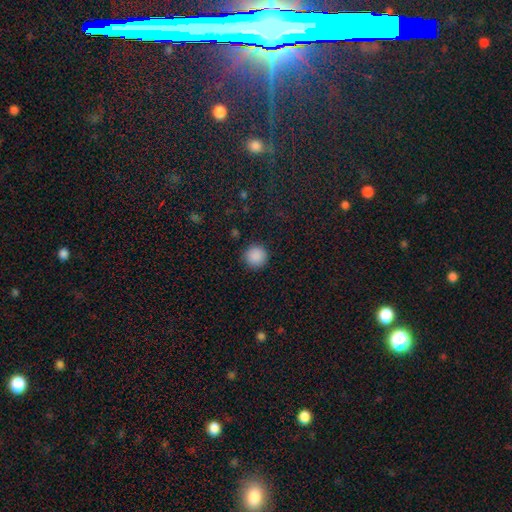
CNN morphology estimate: This appears to be a smooth galaxy with no disk features (88%) that is round (95%). Merging: none (91%).